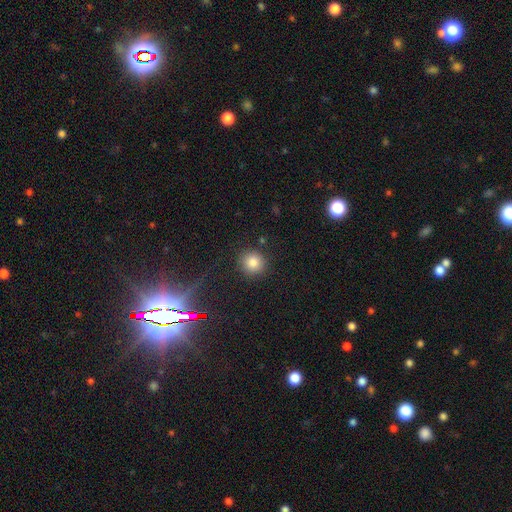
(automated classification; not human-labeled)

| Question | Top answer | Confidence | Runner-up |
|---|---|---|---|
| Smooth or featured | smooth | 64% | star or artifact (27%) |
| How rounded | round | 93% | in between (5%) |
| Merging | none | 90% | minor disturbance (6%) |